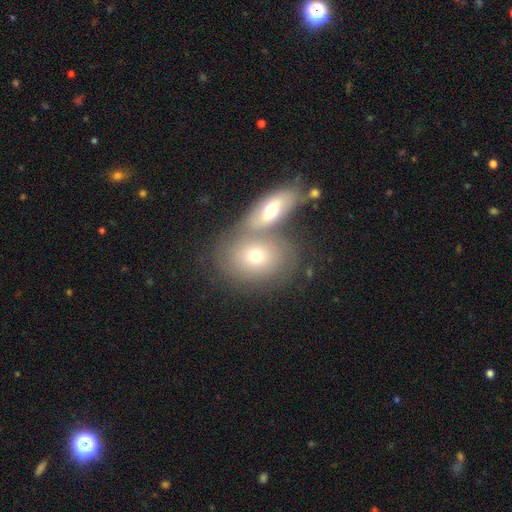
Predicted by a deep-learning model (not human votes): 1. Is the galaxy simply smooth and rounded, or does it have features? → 62% smooth, 29% featured or disk, 9% star or artifact.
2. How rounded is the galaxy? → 58% in between, 39% round, 3% cigar-shaped.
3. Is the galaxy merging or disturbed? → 48% merger, 39% none, 9% minor disturbance, 4% major disturbance.